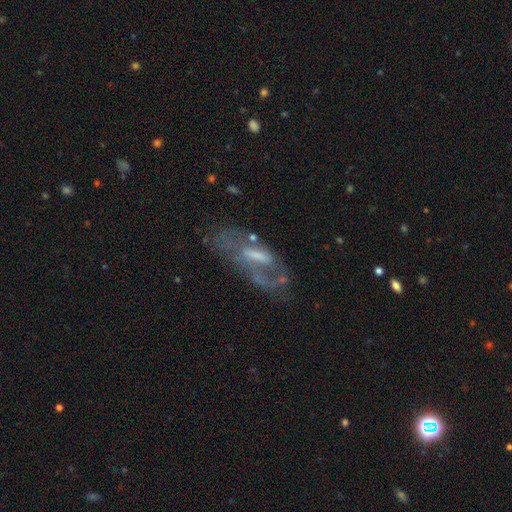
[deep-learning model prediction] smooth-or-featured: featured or disk: 71% | smooth: 20% | star or artifact: 9%
  disk-edge-on: no: 87% | yes: 13%
    bar: weak: 38% (tied) | strong: 38% (tied) | no: 24%
    has-spiral-arms: yes: 64% | no: 36%
    bulge-size: moderate: 32% | none: 29% | small: 27% | large: 11% | dominant: 2%
  merging: none: 47% | major disturbance: 27% | minor disturbance: 20% | merger: 5%